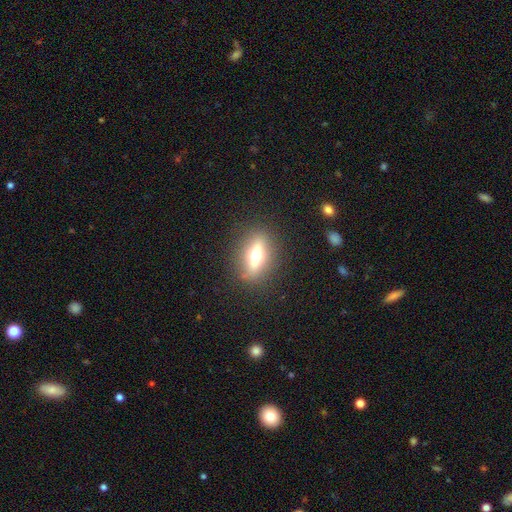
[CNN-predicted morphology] Smooth or featured?
  - featured or disk: 46% *
  - smooth: 45%
  - star or artifact: 10%
Merging?
  - none: 85% *
  - minor disturbance: 9%
  - major disturbance: 5%
  - merger: 1%